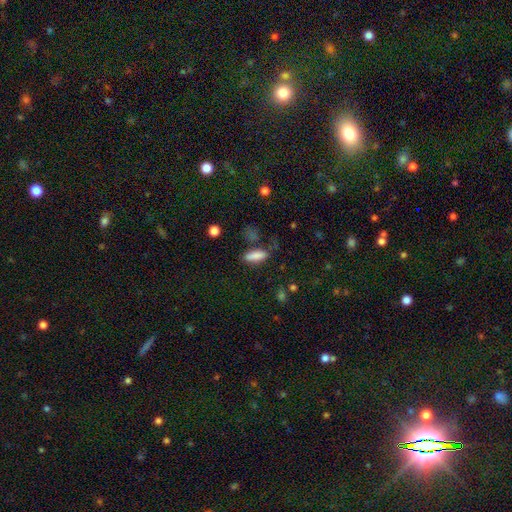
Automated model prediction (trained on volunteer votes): This appears to be a smooth galaxy with no disk features (84%) that is in between round and cigar-shaped (53%). Merging: none (68%).